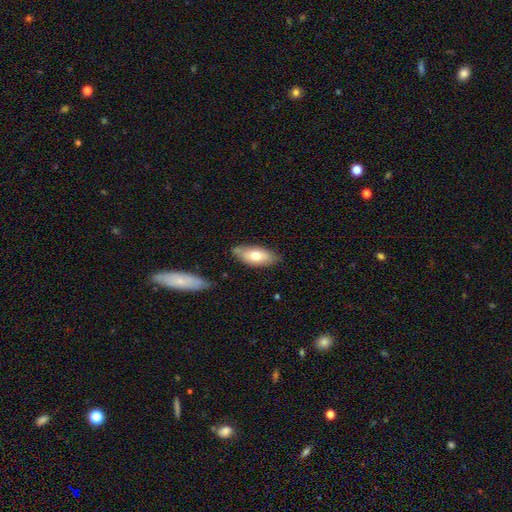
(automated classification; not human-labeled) Smooth or featured?
  - smooth: 68% *
  - featured or disk: 26%
  - star or artifact: 6%
How rounded?
  - in between: 85% *
  - cigar-shaped: 12%
  - round: 2%
Merging?
  - none: 75% *
  - minor disturbance: 19%
  - major disturbance: 3%
  - merger: 3%